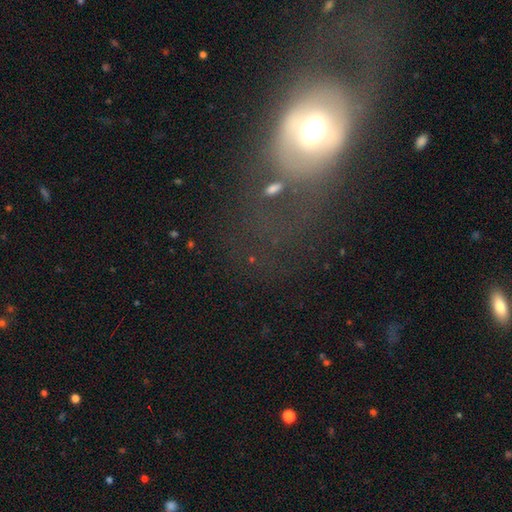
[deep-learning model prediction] smooth-or-featured: featured or disk: 54% | smooth: 26% | star or artifact: 20%
  disk-edge-on: no: 88% | yes: 12%
  merging: none: 55% | major disturbance: 26% | minor disturbance: 15% | merger: 5%